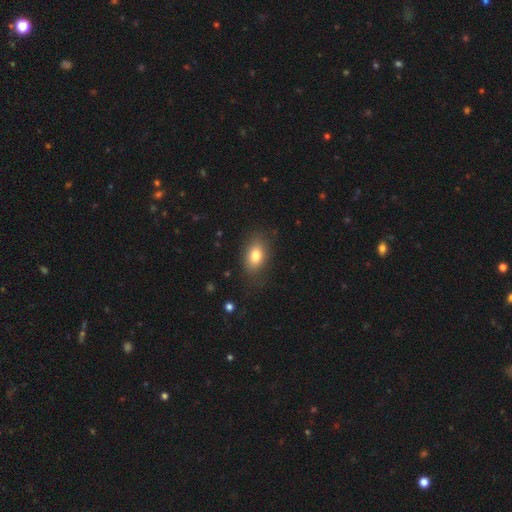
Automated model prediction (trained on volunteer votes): Q: Smooth or featured?
A: smooth (80%); runner-up: featured or disk (11%)
Q: How rounded?
A: in between (86%); runner-up: round (12%)
Q: Merging?
A: none (80%); runner-up: minor disturbance (14%)